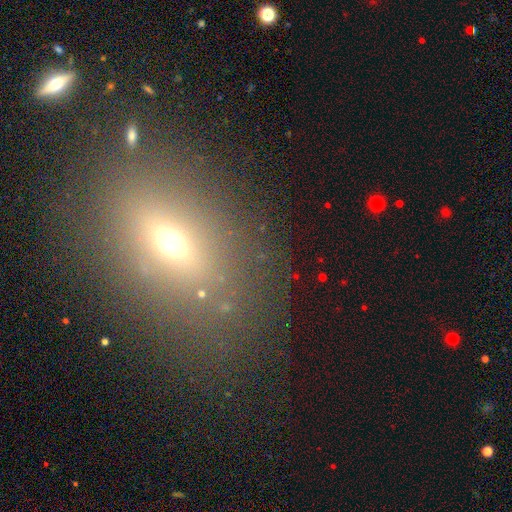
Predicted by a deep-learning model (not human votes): The model was most divided on "smooth or featured": smooth: 51%, star or artifact: 26%, featured or disk: 23%. More confident: merging — none (78%); how rounded — in between (72%).